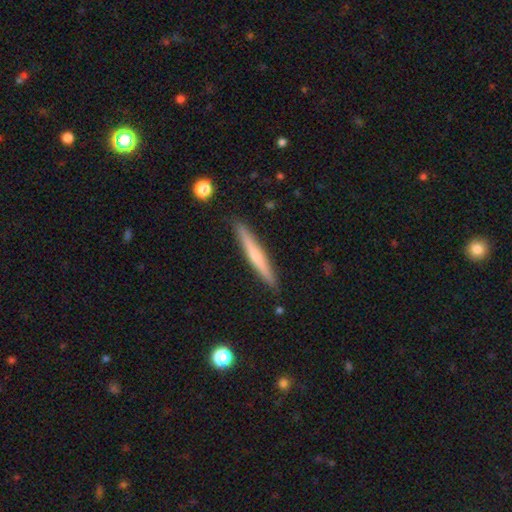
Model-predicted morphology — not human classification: type=featured or disk (47%, tied with smooth); merging=none (90%).